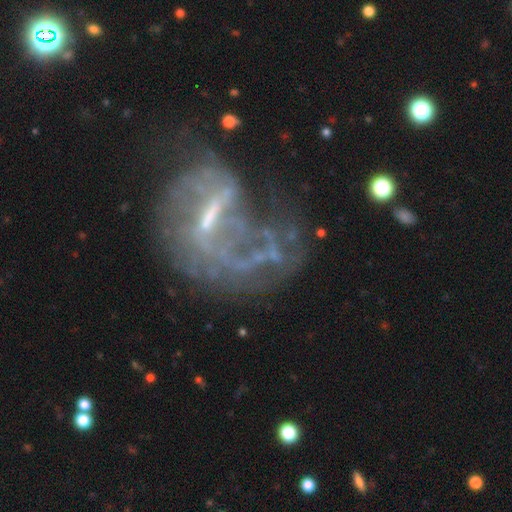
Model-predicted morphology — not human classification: smooth-or-featured: featured or disk: 76% | smooth: 12% | star or artifact: 12%
  disk-edge-on: no: 97% | yes: 3%
    bar: weak: 44% | strong: 30% | no: 26%
    has-spiral-arms: yes: 57% | no: 43%
    bulge-size: small: 40% | none: 33% | moderate: 23% | large: 2% | dominant: 1%
  merging: major disturbance: 47% | none: 30% | minor disturbance: 16% | merger: 8%